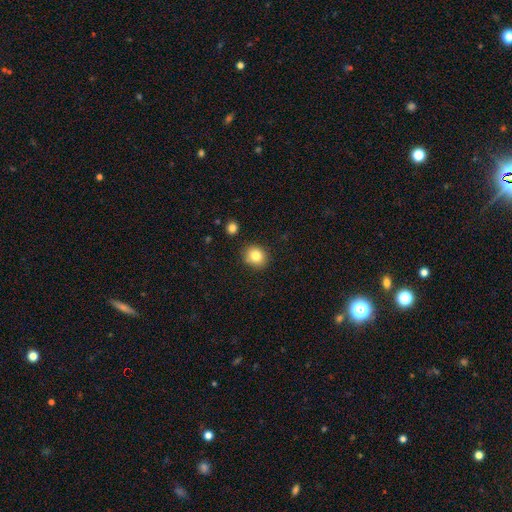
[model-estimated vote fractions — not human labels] A smooth galaxy with no disk features (82%) that is round (78%).

Vote fractions:
- Smooth or featured? smooth: 82% / star or artifact: 10% / featured or disk: 8%
- How rounded? round: 78% / in between: 21% / cigar-shaped: 1%
- Merging? none: 85% / minor disturbance: 9% / merger: 3% / major disturbance: 2%